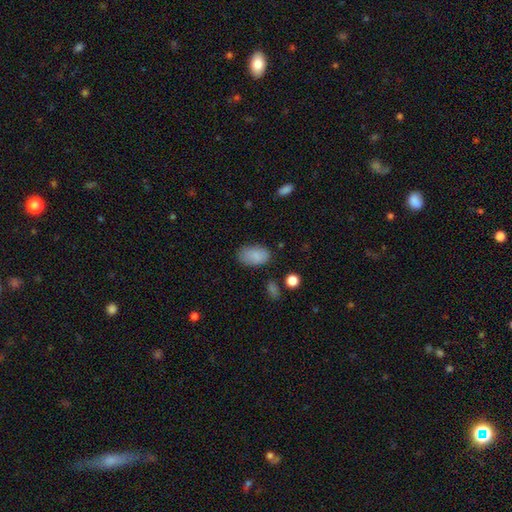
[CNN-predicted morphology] smooth 86%, star or artifact 8%, featured or disk 6%. Down the decision tree: how rounded — in between (92%); merging — none (76%).